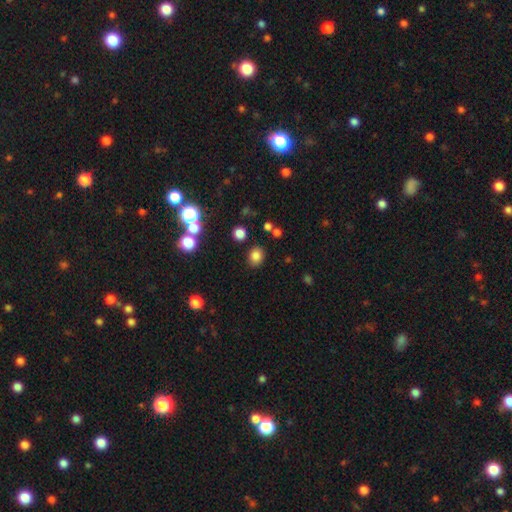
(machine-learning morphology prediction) Overall: smooth (80%). How rounded: round (64%; in between 35%). Merging: none (84%).